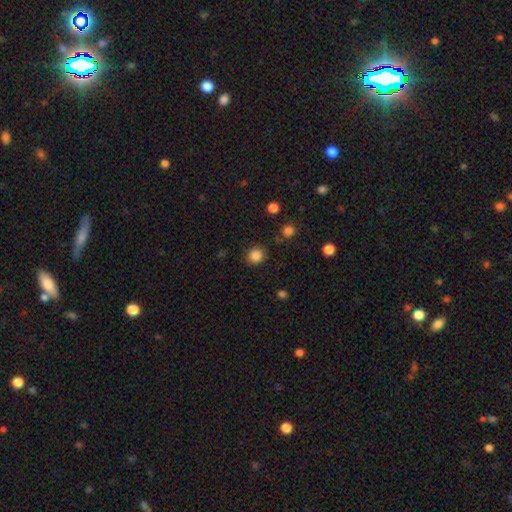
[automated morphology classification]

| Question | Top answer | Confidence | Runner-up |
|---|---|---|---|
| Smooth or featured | smooth | 86% | star or artifact (11%) |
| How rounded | round | 87% | in between (12%) |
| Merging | none | 86% | minor disturbance (9%) |